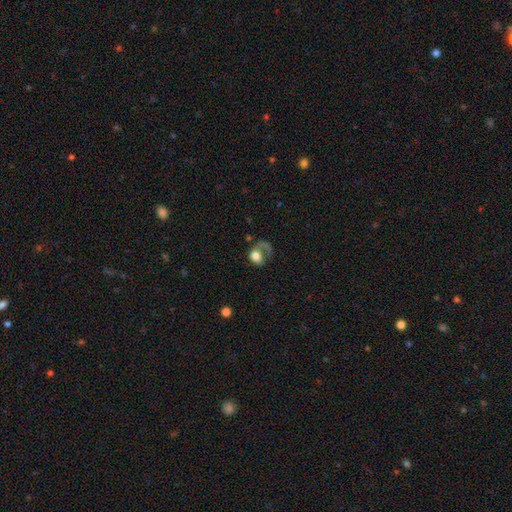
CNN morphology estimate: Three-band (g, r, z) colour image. It shows a smooth galaxy with no disk features (53%) that is in between round and cigar-shaped (50%). Merging: major disturbance (54%).